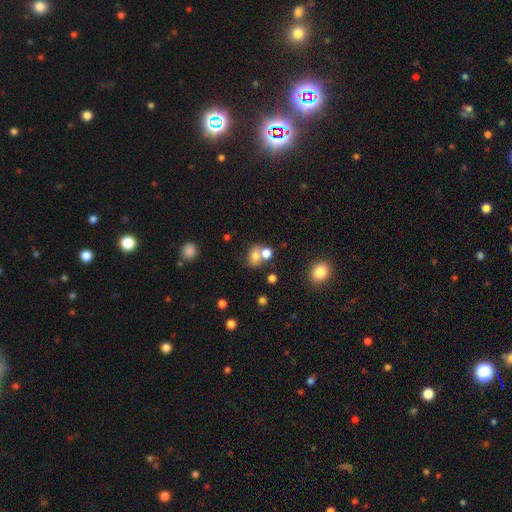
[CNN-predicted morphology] This is likely a smooth galaxy (72%). How rounded: possibly round (55%). Merging: marginally none (44%).